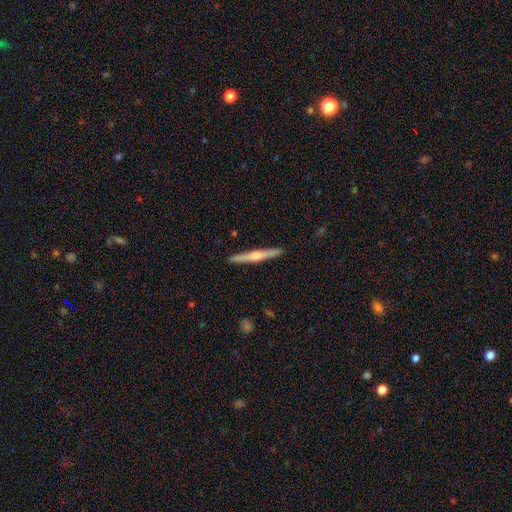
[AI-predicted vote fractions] Smooth or featured?
  - featured or disk: 61% *
  - smooth: 34%
  - star or artifact: 5%
Edge-on disk?
  - yes: 98% *
  - no: 2%
Edge-on bulge?
  - rounded: 71% *
  - boxy: 15%
  - none: 15%
Merging?
  - none: 92% *
  - minor disturbance: 6%
  - major disturbance: 1%
  - merger: 1%